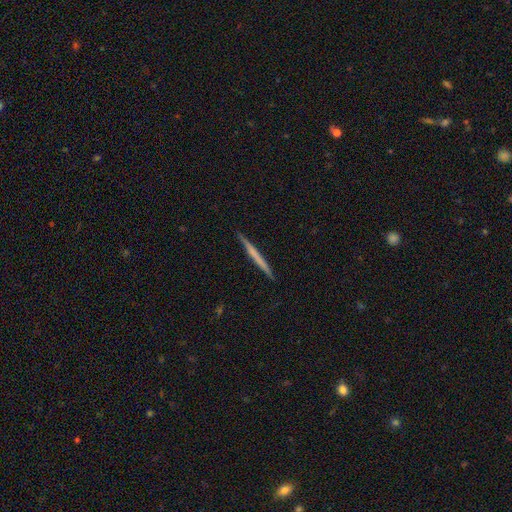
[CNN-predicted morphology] type=featured or disk (48%); merging=none (92%).